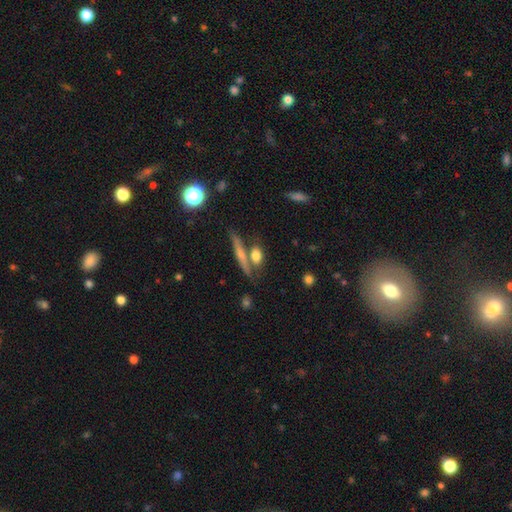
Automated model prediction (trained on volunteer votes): Smooth or featured? Predicted: smooth (p=0.68). How rounded? Predicted: in between (p=0.55). Merging? Predicted: none (p=0.55).